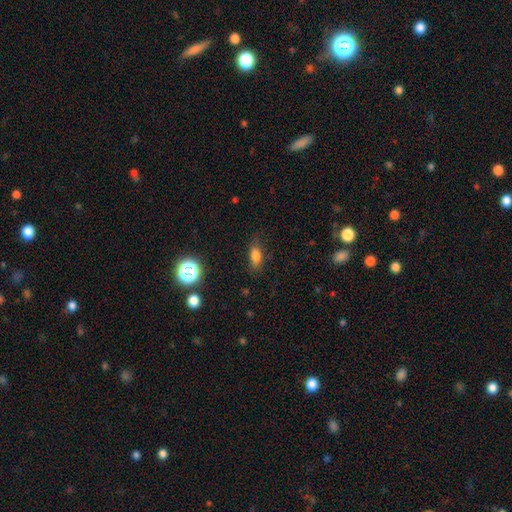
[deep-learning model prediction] A smooth galaxy with no disk features (76%) that is in between round and cigar-shaped (77%).

Vote fractions:
- Smooth or featured? smooth: 76% / star or artifact: 13% / featured or disk: 11%
- How rounded? in between: 77% / cigar-shaped: 15% / round: 8%
- Merging? none: 77% / minor disturbance: 17% / major disturbance: 5% / merger: 2%